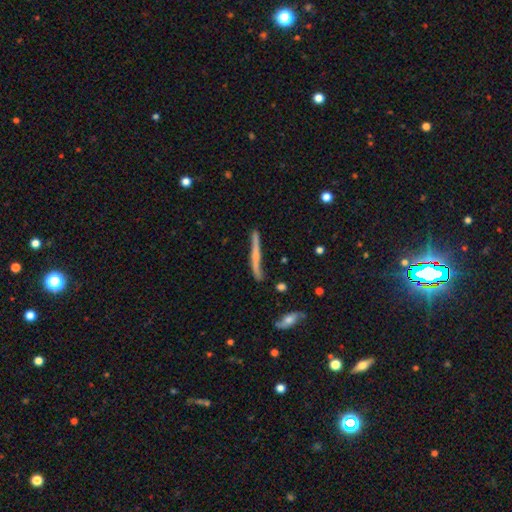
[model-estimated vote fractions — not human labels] A featured or disk galaxy (55%) viewed edge-on (92%) with no central bulge (66%).

Vote fractions:
- Smooth or featured? featured or disk: 55% / smooth: 39% / star or artifact: 7%
- Edge-on disk? yes: 92% / no: 8%
- Edge-on bulge? none: 66% / rounded: 24% / boxy: 10%
- Merging? none: 77% / minor disturbance: 17% / major disturbance: 4% / merger: 3%